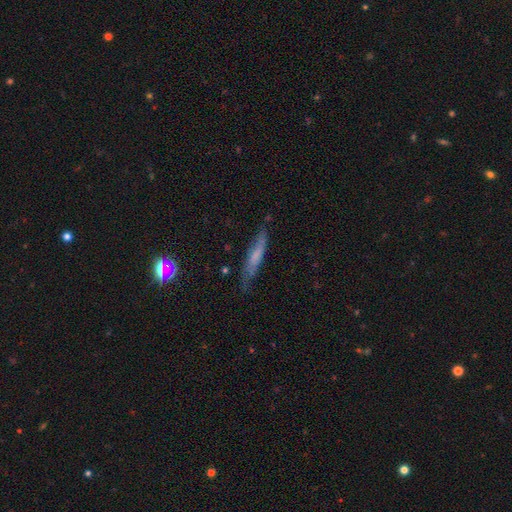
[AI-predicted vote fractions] smooth_or_featured: smooth (p=0.49) [alt: featured or disk p=0.42]
merging: none (p=0.67) [alt: minor disturbance p=0.24]